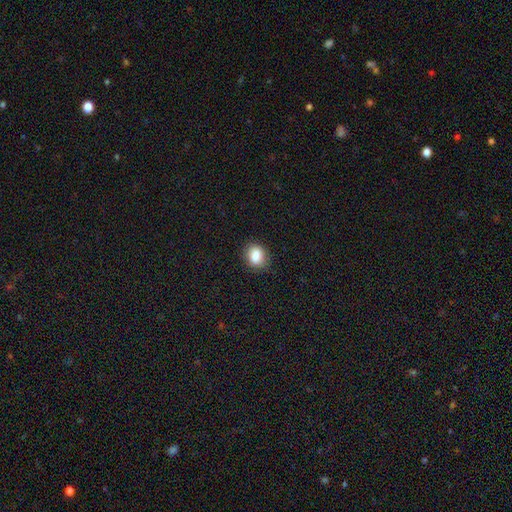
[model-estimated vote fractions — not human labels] smooth_or_featured: smooth (p=0.84) [alt: star or artifact p=0.10]
how_rounded: round (p=0.53) [alt: in between p=0.46]
merging: none (p=0.84) [alt: minor disturbance p=0.12]